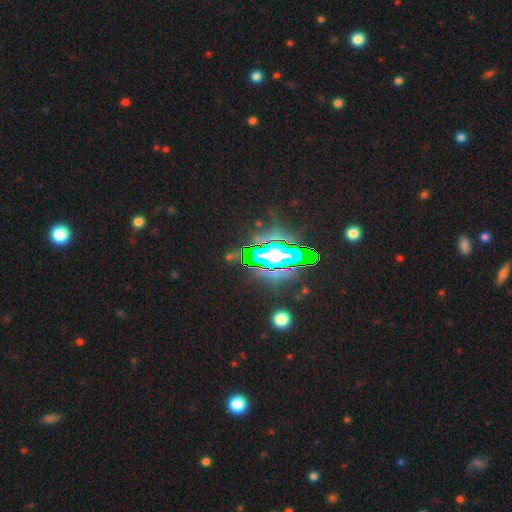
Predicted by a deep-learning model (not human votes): This appears to be a star or artifact, not a galaxy (63%).